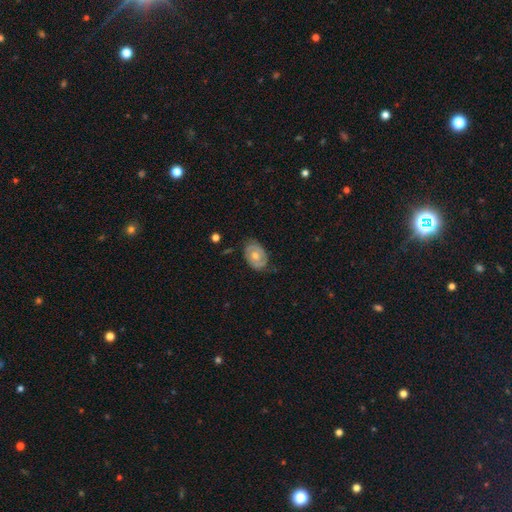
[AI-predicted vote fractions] Overall: featured or disk (65%; smooth 29%). Edge-on disk: no (96%). Bar: no (74%). Spiral arms: yes (77%). Bulge size: moderate (71%). Merging: none (71%).